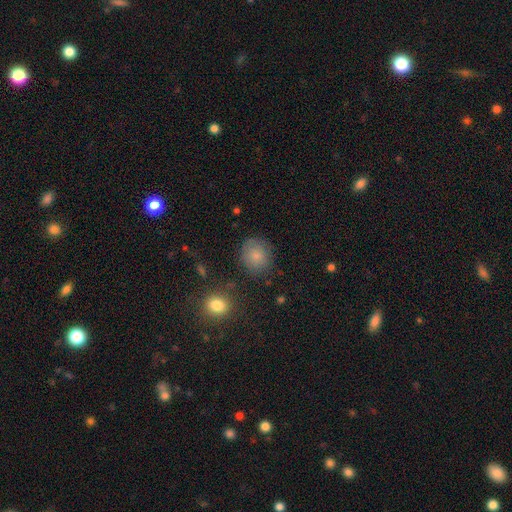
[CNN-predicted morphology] A smooth galaxy with no disk features (83%) that is round (82%).

Vote fractions:
- Smooth or featured? smooth: 83% / star or artifact: 9% / featured or disk: 8%
- How rounded? round: 82% / in between: 17% / cigar-shaped: 1%
- Merging? none: 80% / minor disturbance: 13% / major disturbance: 4% / merger: 2%